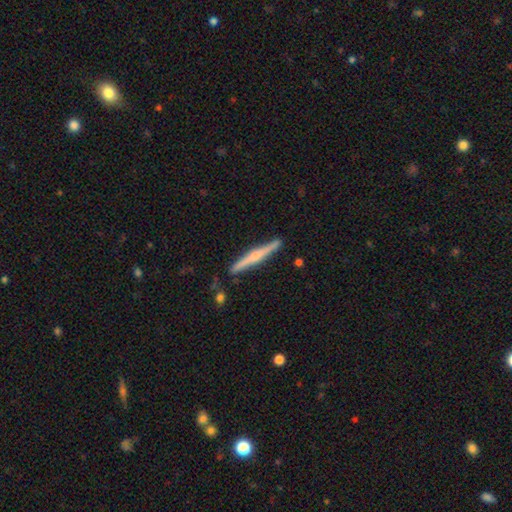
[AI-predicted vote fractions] smooth-or-featured: featured or disk: 69% | smooth: 26% | star or artifact: 5%
  disk-edge-on: yes: 98% | no: 2%
    edge-on-bulge: rounded: 84% | none: 10% | boxy: 6%
  merging: none: 87% | minor disturbance: 9% | merger: 2% | major disturbance: 2%